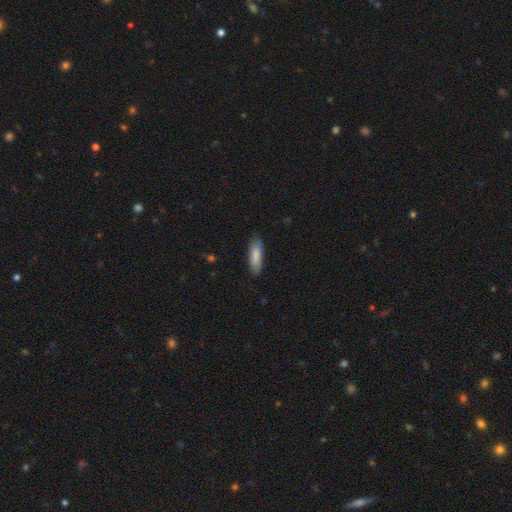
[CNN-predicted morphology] Overall: smooth (84%). How rounded: in between (51%; cigar-shaped 48%). Merging: none (81%).